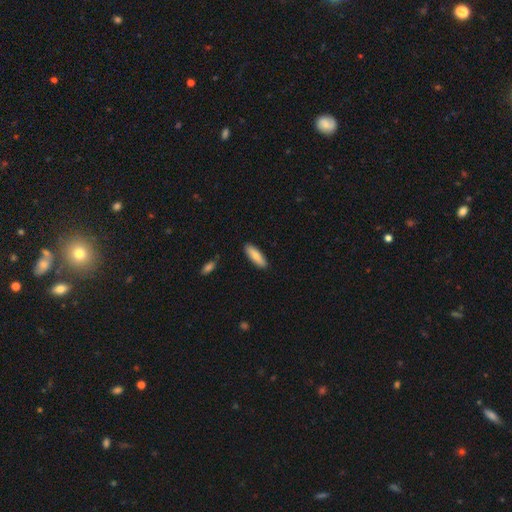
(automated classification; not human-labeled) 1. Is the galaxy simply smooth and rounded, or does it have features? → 82% smooth, 12% featured or disk, 6% star or artifact.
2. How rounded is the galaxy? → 52% in between, 46% cigar-shaped, 2% round.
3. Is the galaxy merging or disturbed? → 88% none, 9% minor disturbance, 2% major disturbance, 1% merger.